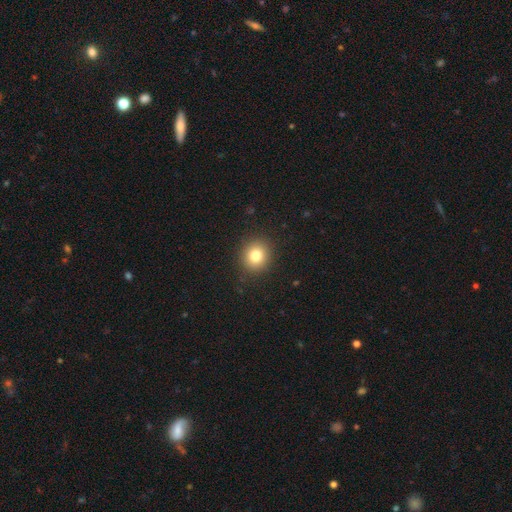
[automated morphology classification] smooth_or_featured: smooth (p=0.81) [alt: star or artifact p=0.11]
how_rounded: round (p=0.83) [alt: in between p=0.16]
merging: none (p=0.90) [alt: minor disturbance p=0.07]